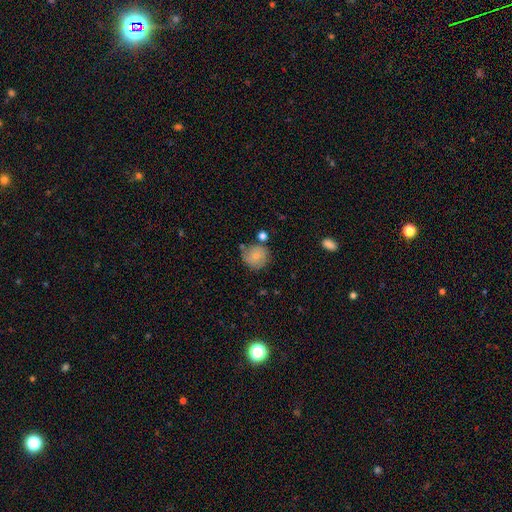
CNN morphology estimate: Smooth or featured? smooth (78%)
How rounded? round (87%)
Merging? none (67%)